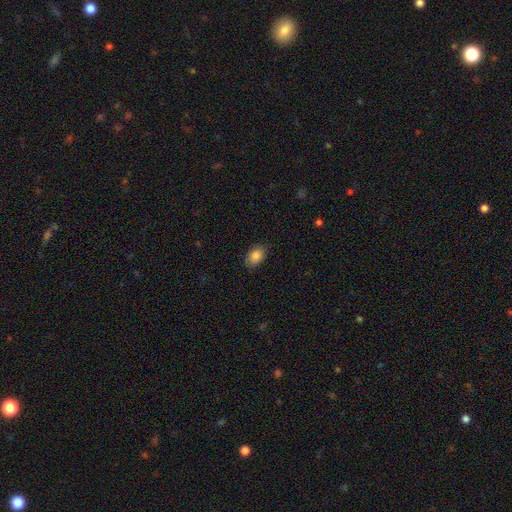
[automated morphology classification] A smooth galaxy with no disk features (86%) that is in between round and cigar-shaped (81%).

Vote fractions:
- Smooth or featured? smooth: 86% / star or artifact: 8% / featured or disk: 6%
- How rounded? in between: 81% / round: 18% / cigar-shaped: 1%
- Merging? none: 85% / minor disturbance: 12% / major disturbance: 3% / merger: 1%